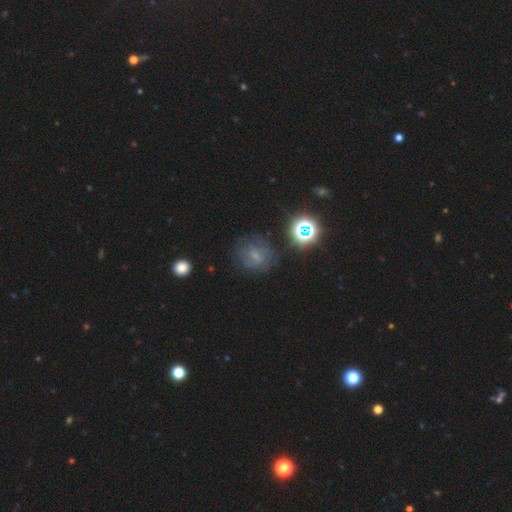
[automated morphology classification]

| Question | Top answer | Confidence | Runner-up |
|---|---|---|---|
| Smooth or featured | smooth | 41% | featured or disk (35%) |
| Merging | none | 69% | minor disturbance (18%) |